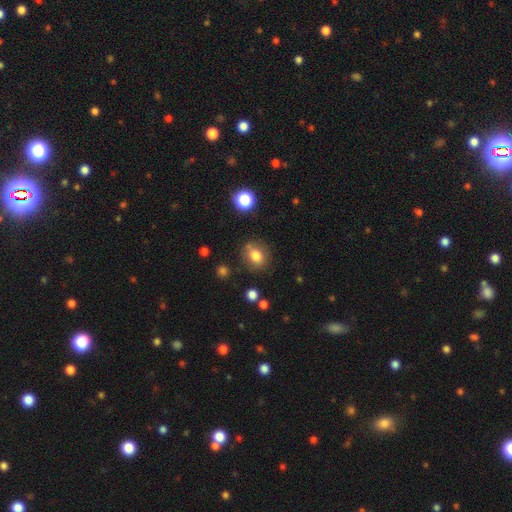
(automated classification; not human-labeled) The model was most divided on "how rounded": round: 65%, in between: 34%, cigar-shaped: 1%. More confident: smooth or featured — smooth (79%); merging — none (74%).